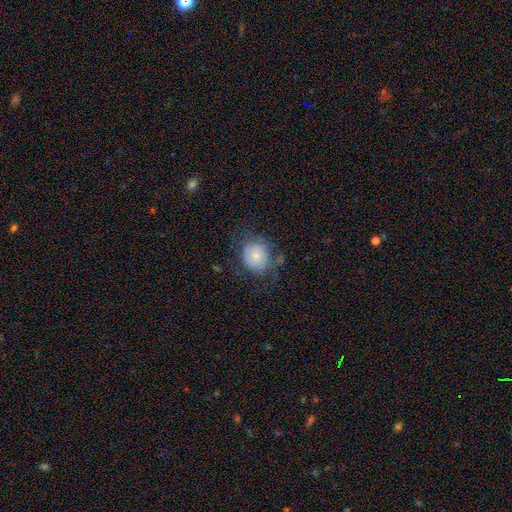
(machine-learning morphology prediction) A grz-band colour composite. It shows a smooth galaxy with no disk features (72%) that is round (69%). Merging: none (54%).